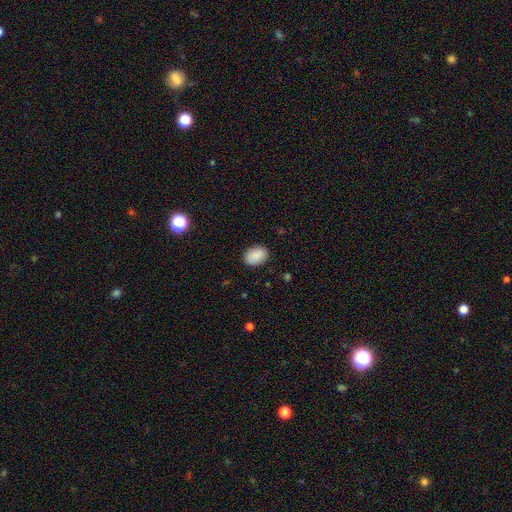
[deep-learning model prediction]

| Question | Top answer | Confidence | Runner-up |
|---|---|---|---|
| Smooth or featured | smooth | 89% | star or artifact (7%) |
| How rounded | in between | 80% | round (19%) |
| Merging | none | 87% | minor disturbance (10%) |